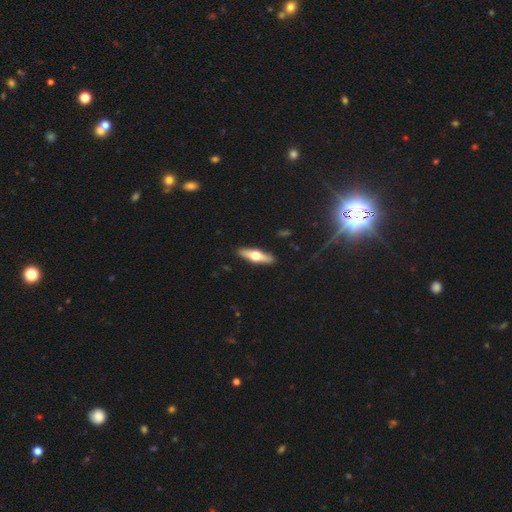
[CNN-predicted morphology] smooth_or_featured: featured or disk (p=0.53) [alt: smooth p=0.41]
disk_edge_on: yes (p=0.91) [alt: no p=0.09]
merging: none (p=0.90) [alt: minor disturbance p=0.07]